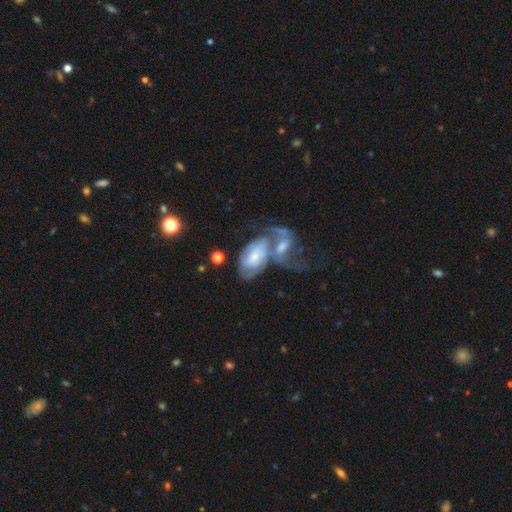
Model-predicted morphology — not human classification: Overall: featured or disk (64%; smooth 29%). Edge-on disk: no (95%). Bar: no (56%; weak 34%). Spiral arms: yes (82%). Bulge size: small (54%; moderate 33%). Merging: merger (62%).